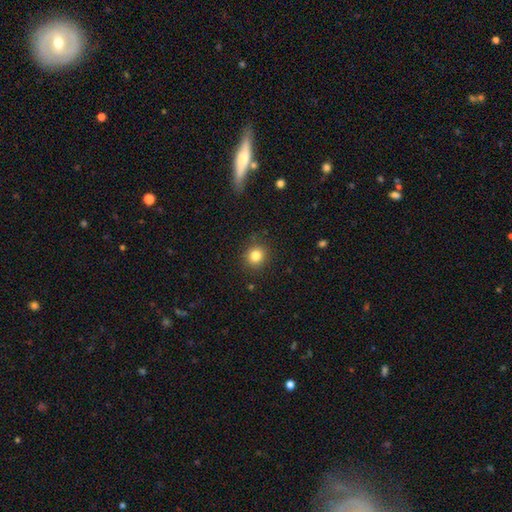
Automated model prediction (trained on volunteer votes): Q: Smooth or featured?
A: smooth (83%); runner-up: star or artifact (11%)
Q: How rounded?
A: round (87%); runner-up: in between (12%)
Q: Merging?
A: none (88%); runner-up: minor disturbance (8%)